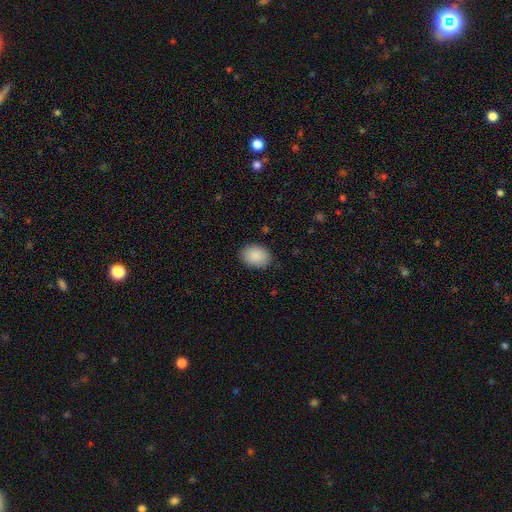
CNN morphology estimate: A smooth galaxy with no disk features (90%) that is in between round and cigar-shaped (70%).

Vote fractions:
- Smooth or featured? smooth: 90% / star or artifact: 7% / featured or disk: 3%
- How rounded? in between: 70% / round: 29% / cigar-shaped: 1%
- Merging? none: 86% / minor disturbance: 11% / major disturbance: 3% / merger: 1%